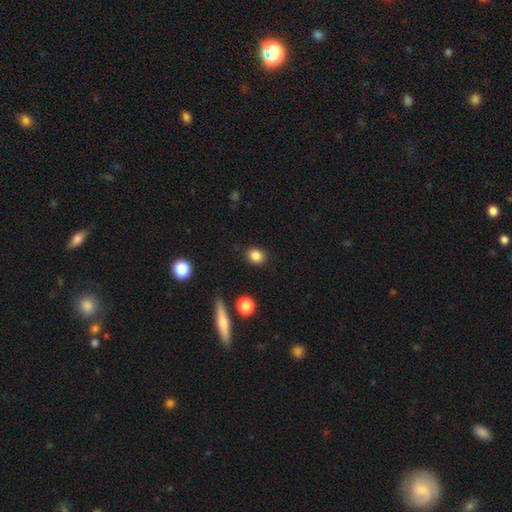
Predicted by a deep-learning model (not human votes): A smooth galaxy with no disk features (85%) that is round (61%). Merging: none (88%).